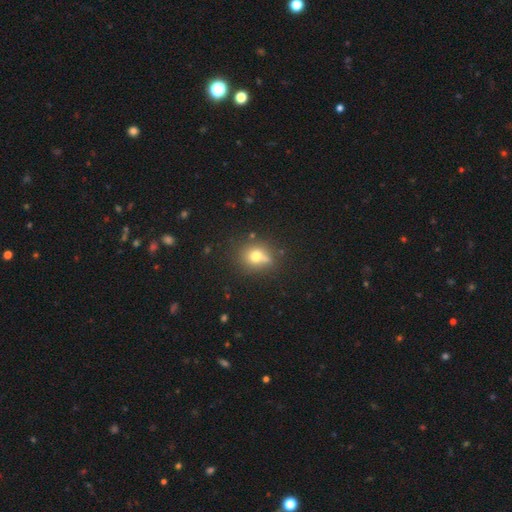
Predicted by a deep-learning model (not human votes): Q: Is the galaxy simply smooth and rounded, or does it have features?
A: smooth — 72%.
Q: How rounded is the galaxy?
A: round — 79%.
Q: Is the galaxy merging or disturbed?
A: none — 62%.